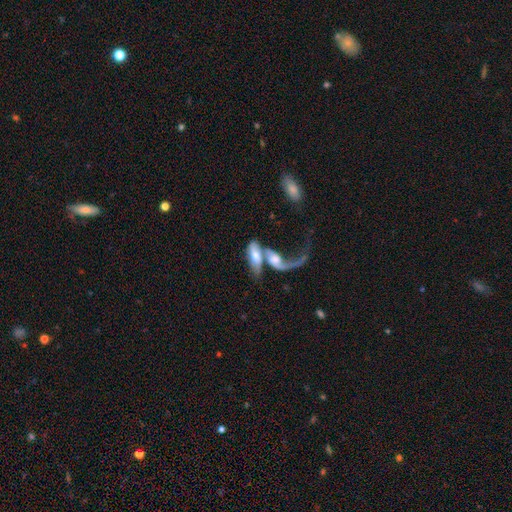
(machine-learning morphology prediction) A featured or disk galaxy (49%).

Vote fractions:
- Smooth or featured? featured or disk: 49% / smooth: 44% / star or artifact: 7%
- Merging? merger: 72% / major disturbance: 12% / none: 11% / minor disturbance: 5%